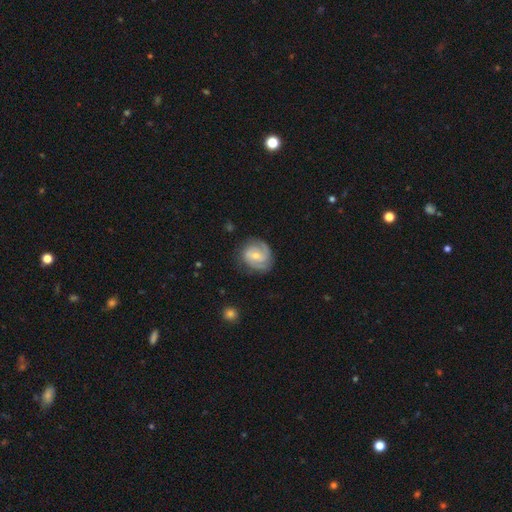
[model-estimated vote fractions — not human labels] Smooth or featured? Predicted: featured or disk (p=0.72). Edge-on disk? Predicted: no (p=0.98). Bar? Predicted: weak (p=0.47). Spiral arms? Predicted: yes (p=0.91). Spiral winding? Predicted: tight (p=0.47). Spiral arm count? Predicted: 2 (p=0.51). Bulge size? Predicted: small (p=0.51). Merging? Predicted: none (p=0.71).